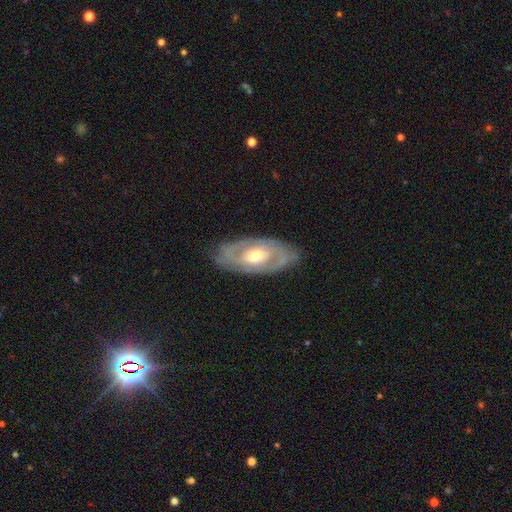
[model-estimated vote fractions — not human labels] Smooth or featured: featured or disk — 77% (smooth — 19%)
Edge-on disk: no — 91% (yes — 9%)
Bar: no — 58% (weak — 32%)
Spiral arms: yes — 76% (no — 24%)
Spiral winding: tight — 56% (medium — 34%)
Spiral arm count: 2 — 61% (can't tell — 27%)
Bulge size: moderate — 67% (small — 20%)
Merging: none — 79% (minor disturbance — 15%)